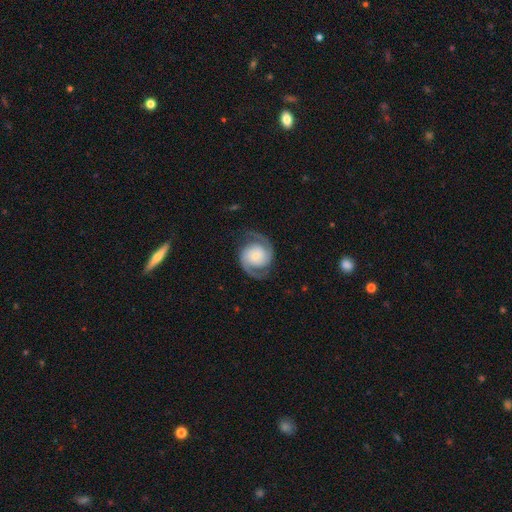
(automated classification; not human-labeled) Overall: featured or disk (88%). Edge-on disk: no (98%). Bar: no (68%). Spiral arms: yes (98%). Spiral arm count: 2 (93%). Spiral winding: medium (47%; tight 40%). Bulge size: small (60%; moderate 24%). Merging: none (80%).